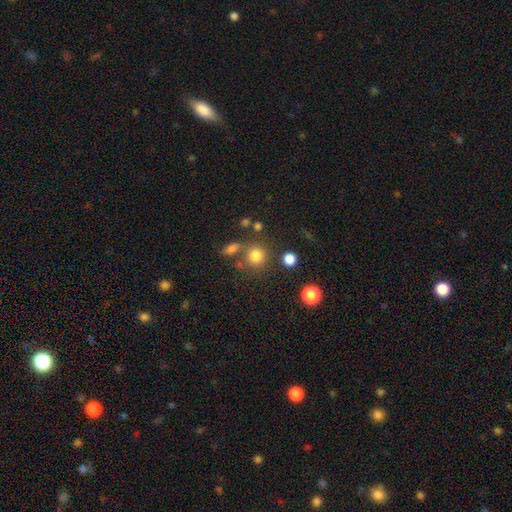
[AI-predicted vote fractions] smooth 79%, star or artifact 14%, featured or disk 7%. Down the decision tree: how rounded — round (88%); merging — none (70%).